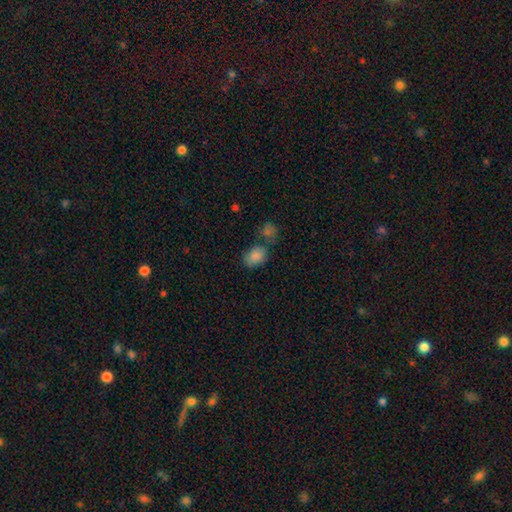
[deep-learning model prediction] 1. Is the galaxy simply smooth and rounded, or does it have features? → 84% smooth, 9% star or artifact, 6% featured or disk.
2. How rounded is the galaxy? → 74% in between, 25% round, 1% cigar-shaped.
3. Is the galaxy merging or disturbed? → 50% none, 27% merger, 16% minor disturbance, 7% major disturbance.